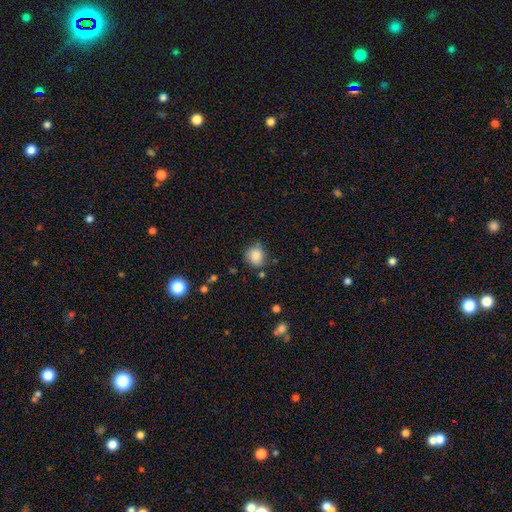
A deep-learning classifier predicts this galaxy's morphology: Smooth or featured? Predicted: smooth (p=0.85). How rounded? Predicted: round (p=0.77). Merging? Predicted: none (p=0.70).